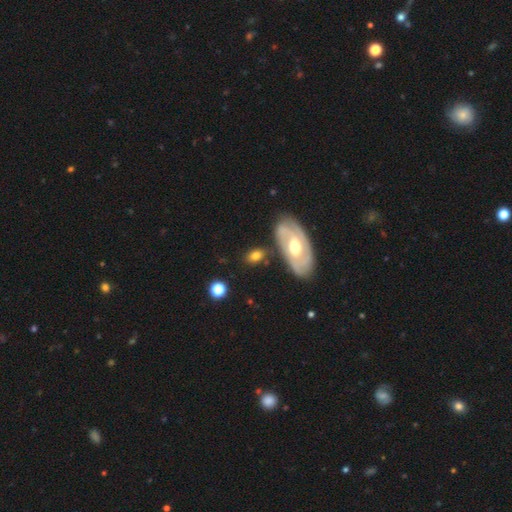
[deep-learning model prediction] smooth_or_featured: smooth (p=0.61) [alt: featured or disk p=0.31]
how_rounded: in between (p=0.81) [alt: round p=0.16]
merging: none (p=0.71) [alt: minor disturbance p=0.16]